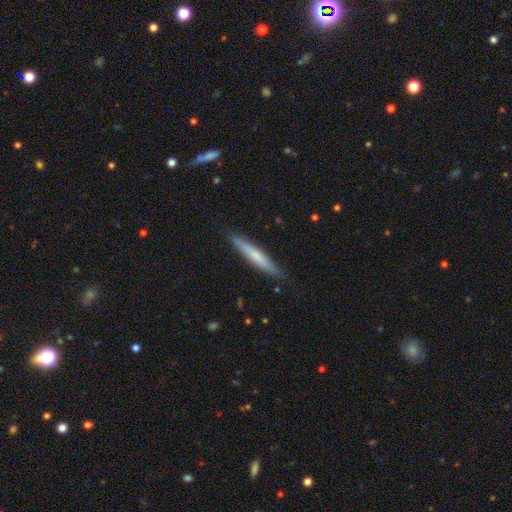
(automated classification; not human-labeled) Smooth or featured? smooth (60%)
How rounded? cigar-shaped (95%)
Merging? none (87%)